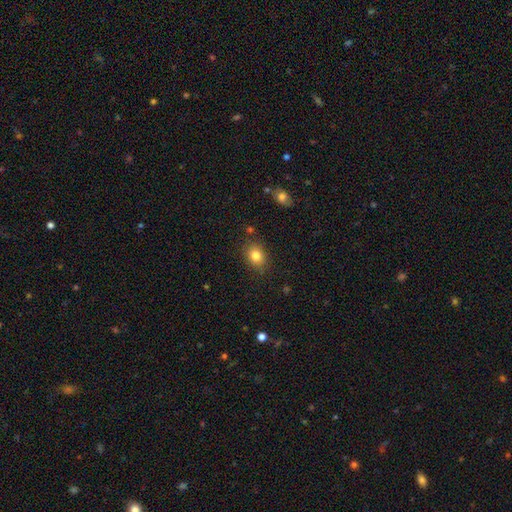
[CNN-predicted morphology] A smooth galaxy with no disk features (82%) that is in between round and cigar-shaped (60%).

Vote fractions:
- Smooth or featured? smooth: 82% / star or artifact: 10% / featured or disk: 8%
- How rounded? in between: 60% / round: 38% / cigar-shaped: 1%
- Merging? none: 83% / minor disturbance: 12% / major disturbance: 3% / merger: 2%